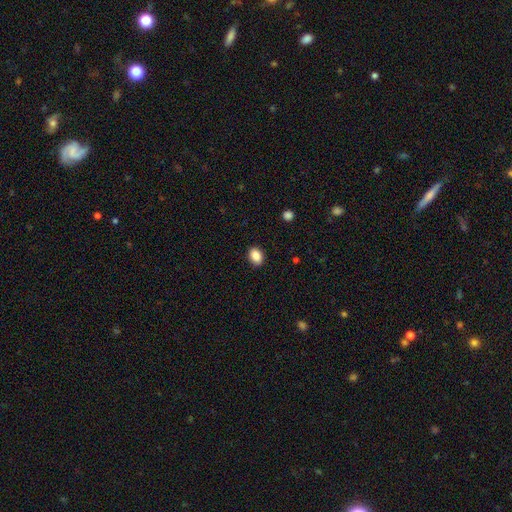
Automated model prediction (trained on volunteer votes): smooth 88%, star or artifact 8%, featured or disk 4%. Down the decision tree: how rounded — in between (73%); merging — none (88%).